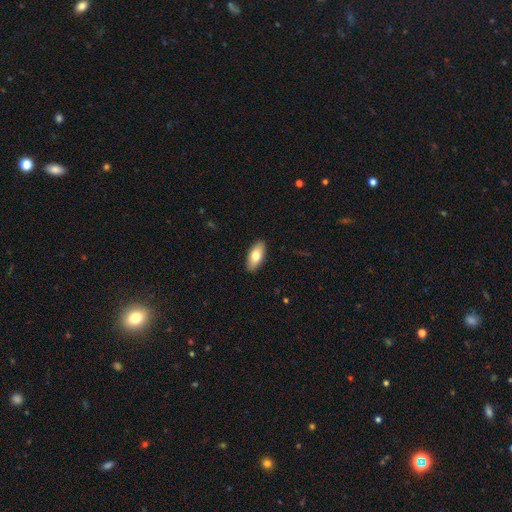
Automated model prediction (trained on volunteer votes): Overall: smooth (76%). How rounded: in between (87%). Merging: none (90%).